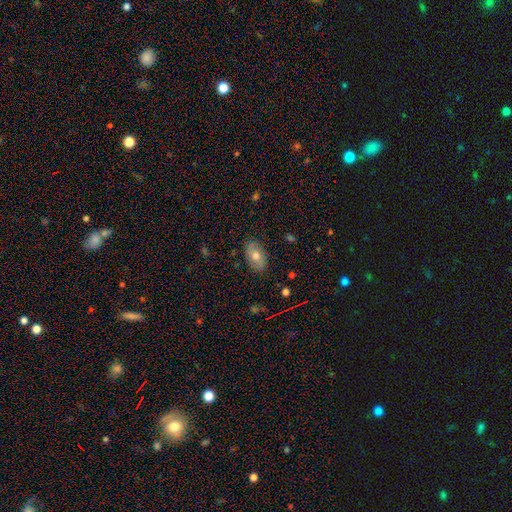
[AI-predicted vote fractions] Smooth or featured? Predicted: smooth (p=0.61). How rounded? Predicted: in between (p=0.90). Merging? Predicted: none (p=0.84).